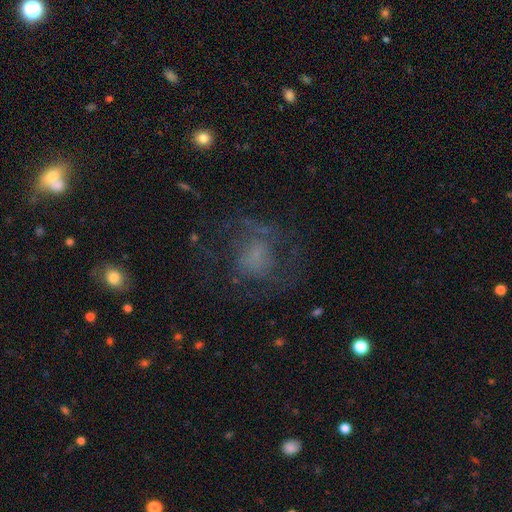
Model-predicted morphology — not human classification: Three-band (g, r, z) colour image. It shows a featured or disk galaxy (49%). Merging: none (54%).